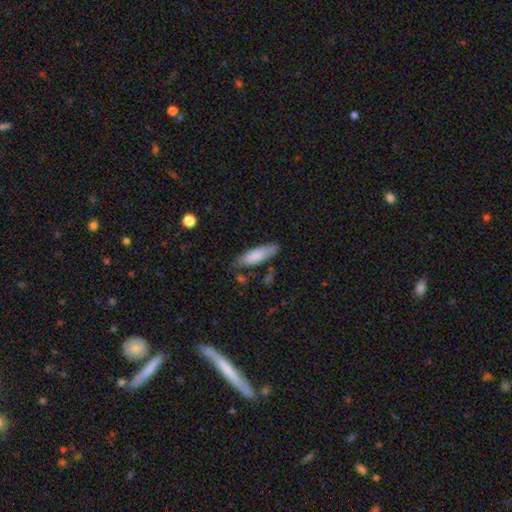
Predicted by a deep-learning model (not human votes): This is likely a smooth galaxy (79%). How rounded: possibly in between (51%). Merging: likely none (67%).